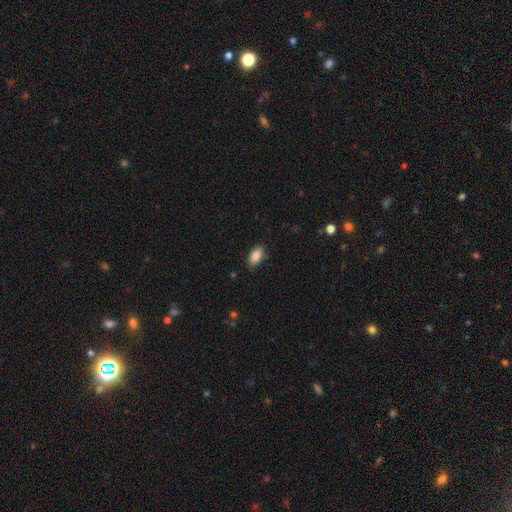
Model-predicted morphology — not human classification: smooth_or_featured: smooth (p=0.87) [alt: star or artifact p=0.07]
how_rounded: in between (p=0.92) [alt: round p=0.04]
merging: none (p=0.85) [alt: minor disturbance p=0.11]